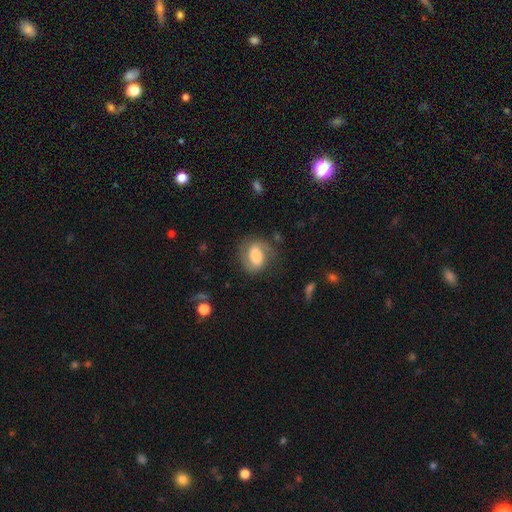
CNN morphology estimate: Smooth or featured? featured or disk (55%)
Edge-on disk? no (97%)
Bar? weak (42%)
Spiral arms? yes (86%)
Bulge size? moderate (42%)
Merging? none (68%)